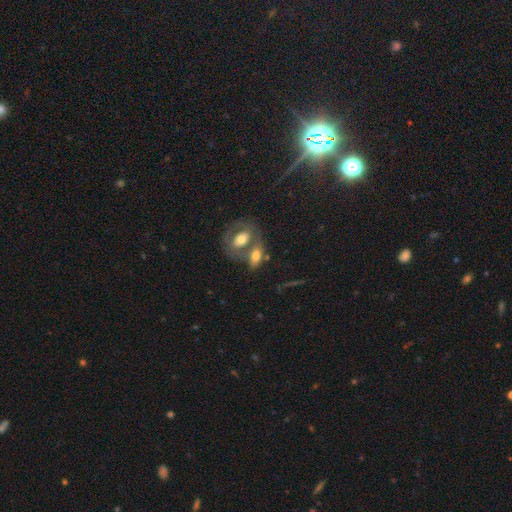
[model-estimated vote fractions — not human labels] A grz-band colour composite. It shows a smooth galaxy with no disk features (58%) that is in between round and cigar-shaped (81%). Merging: merger (51%).